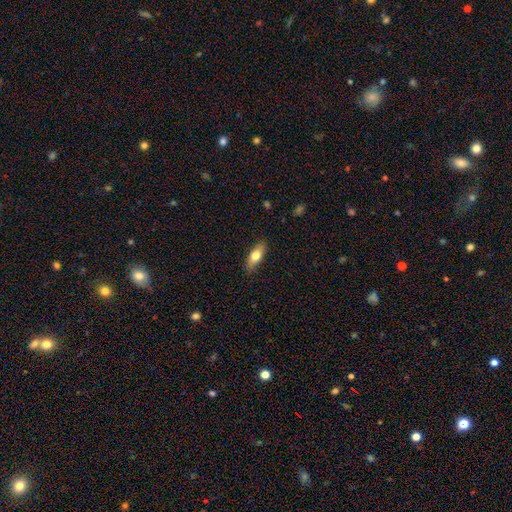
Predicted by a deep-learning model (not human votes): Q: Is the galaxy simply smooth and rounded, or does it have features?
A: smooth — 69%.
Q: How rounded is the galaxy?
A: in between — 68%.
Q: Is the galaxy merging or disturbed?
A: none — 85%.